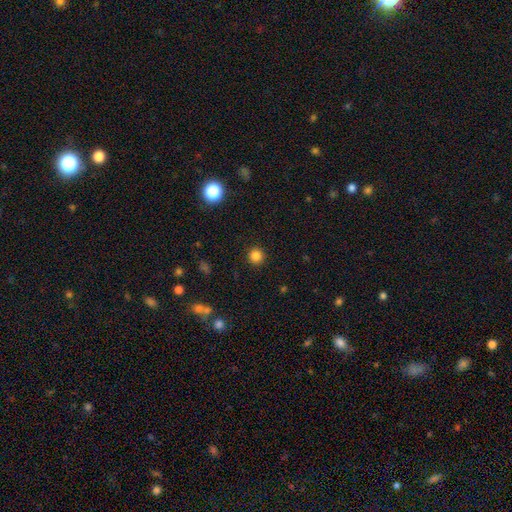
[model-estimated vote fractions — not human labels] smooth 83%, star or artifact 13%, featured or disk 4%. Down the decision tree: how rounded — round (95%); merging — none (92%).